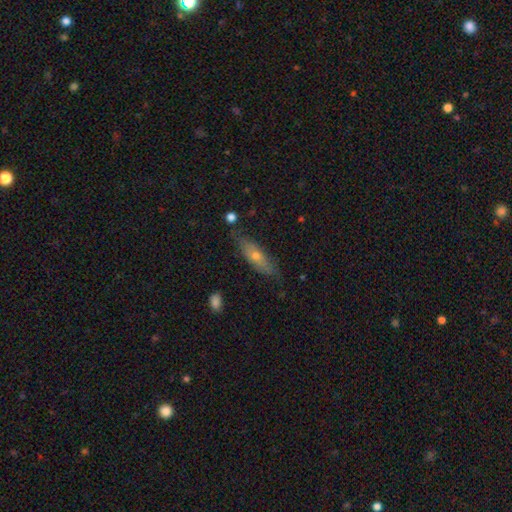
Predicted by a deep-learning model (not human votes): Q: Smooth or featured?
A: smooth (51%); runner-up: featured or disk (42%)
Q: How rounded?
A: cigar-shaped (57%); runner-up: in between (40%)
Q: Merging?
A: none (74%); runner-up: minor disturbance (19%)